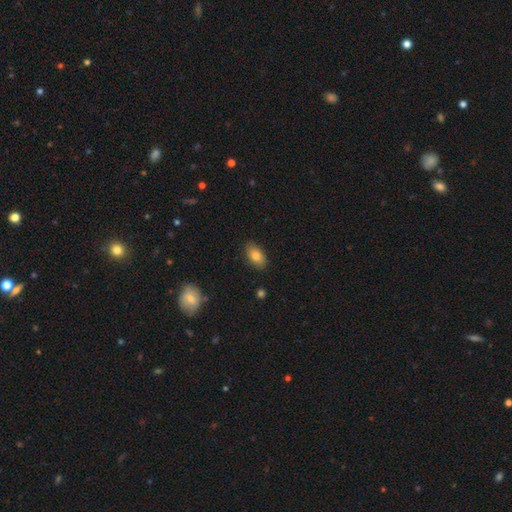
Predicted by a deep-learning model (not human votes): smooth 84%, featured or disk 9%, star or artifact 8%. Down the decision tree: how rounded — in between (91%); merging — none (84%).